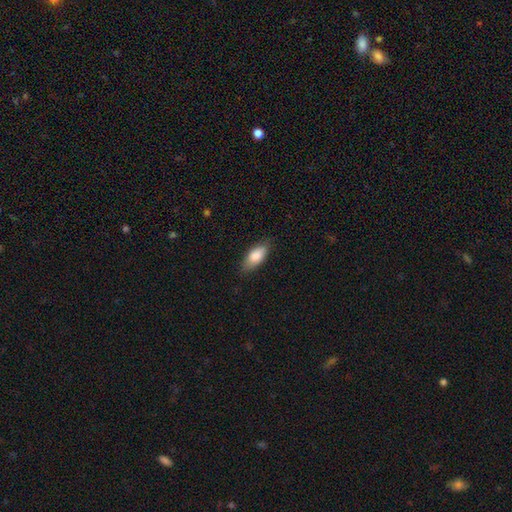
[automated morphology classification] Smooth or featured? smooth (83%)
How rounded? in between (83%)
Merging? none (81%)